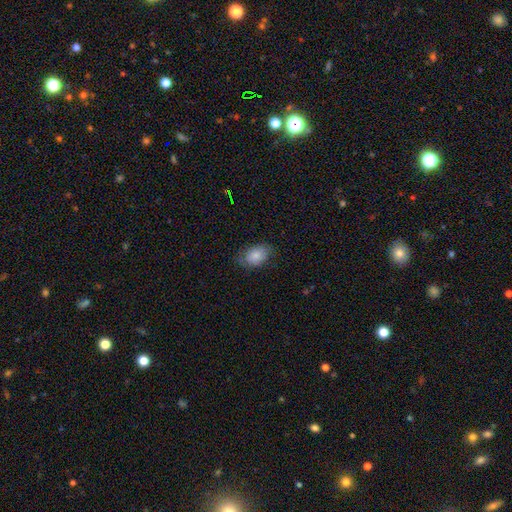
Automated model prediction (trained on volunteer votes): This appears to be a smooth galaxy with no disk features (82%) that is in between round and cigar-shaped (85%). Merging: none (71%).